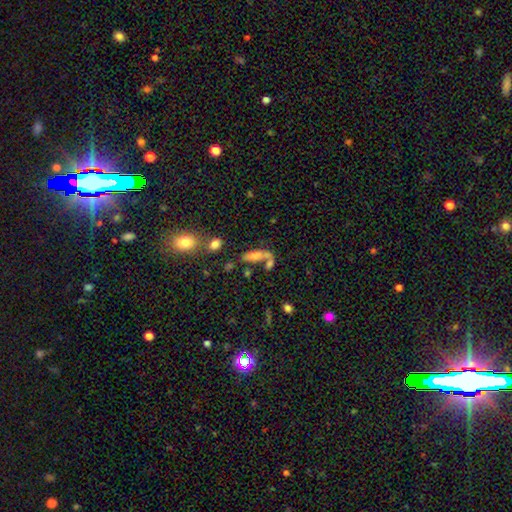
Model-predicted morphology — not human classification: This is likely a smooth galaxy (68%). How rounded: possibly in between (57%). Merging: marginally none (40%).